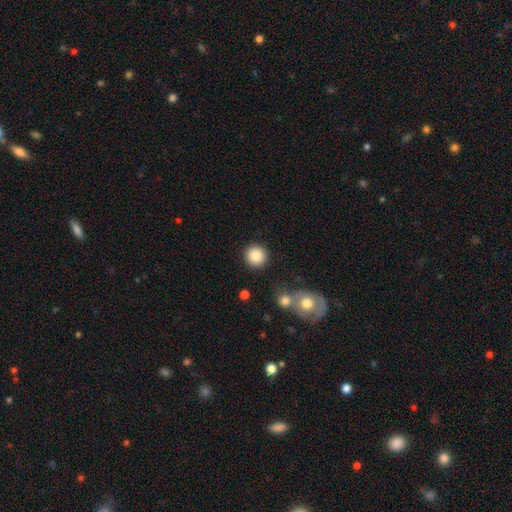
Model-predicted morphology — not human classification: Smooth or featured: smooth — 88% (star or artifact — 8%)
How rounded: round — 93% (in between — 6%)
Merging: none — 88% (minor disturbance — 6%)